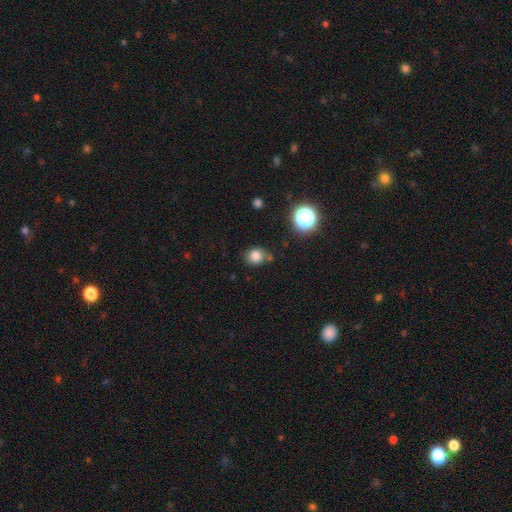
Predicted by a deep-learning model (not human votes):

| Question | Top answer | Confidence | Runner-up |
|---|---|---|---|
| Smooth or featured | smooth | 81% | star or artifact (13%) |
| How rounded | round | 69% | in between (30%) |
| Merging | none | 71% | minor disturbance (18%) |